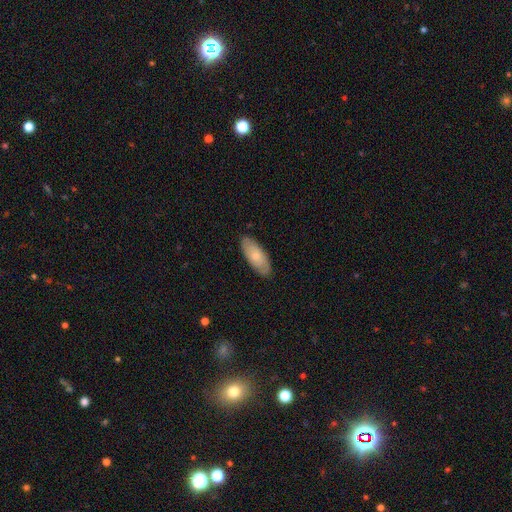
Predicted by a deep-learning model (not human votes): A smooth galaxy with no disk features (64%) that is in between round and cigar-shaped (84%).

Vote fractions:
- Smooth or featured? smooth: 64% / featured or disk: 31% / star or artifact: 5%
- How rounded? in between: 84% / cigar-shaped: 14% / round: 2%
- Merging? none: 84% / minor disturbance: 12% / major disturbance: 2% / merger: 1%